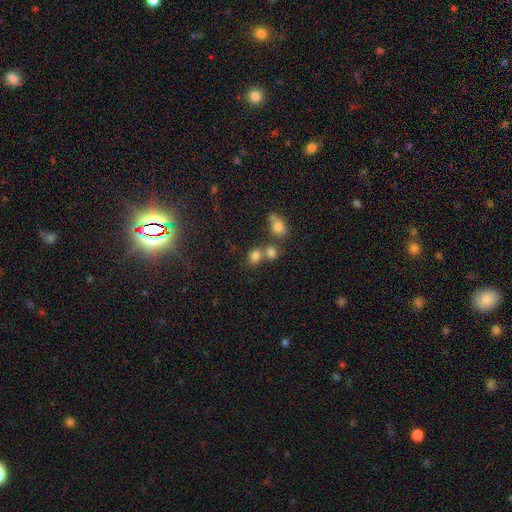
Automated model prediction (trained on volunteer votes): Smooth or featured?
  - smooth: 78% *
  - star or artifact: 14%
  - featured or disk: 8%
How rounded?
  - round: 50% *
  - in between: 49%
  - cigar-shaped: 1%
Merging?
  - none: 45% *
  - merger: 40%
  - minor disturbance: 10%
  - major disturbance: 5%